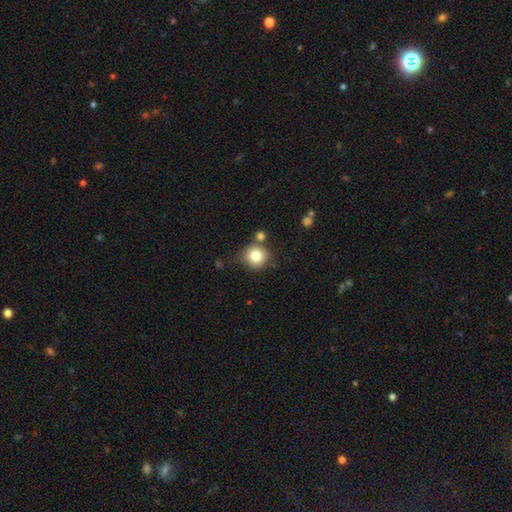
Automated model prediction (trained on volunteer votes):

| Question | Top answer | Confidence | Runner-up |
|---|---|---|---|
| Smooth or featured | smooth | 80% | star or artifact (11%) |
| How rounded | round | 93% | in between (6%) |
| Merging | none | 75% | merger (12%) |